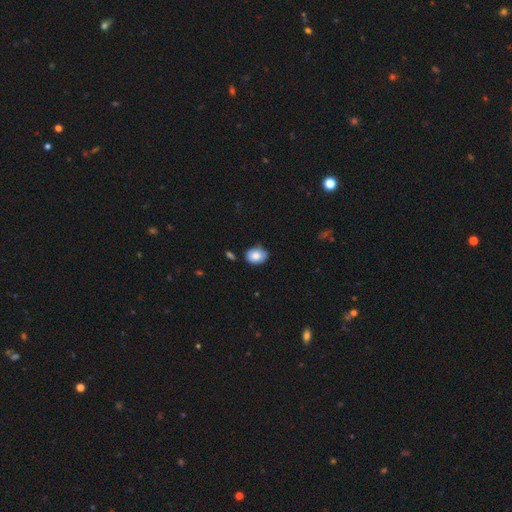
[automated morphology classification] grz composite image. It shows a smooth galaxy with no disk features (84%) that is in between round and cigar-shaped (64%). Merging: none (74%).